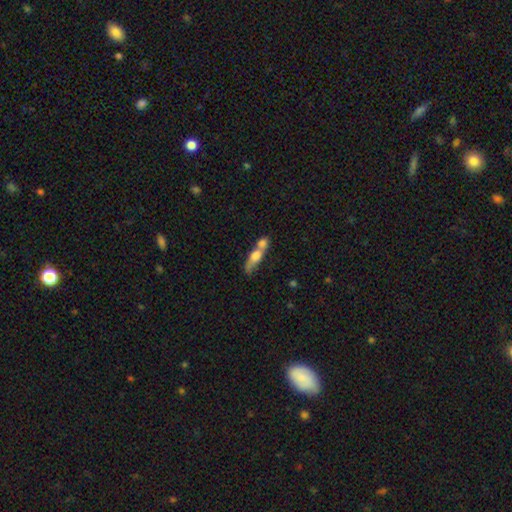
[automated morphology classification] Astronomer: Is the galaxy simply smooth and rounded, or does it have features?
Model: smooth — 62%.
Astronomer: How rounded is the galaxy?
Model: in between — 45% (runner-up: cigar-shaped, 44%).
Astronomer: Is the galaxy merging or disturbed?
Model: merger — 65%.